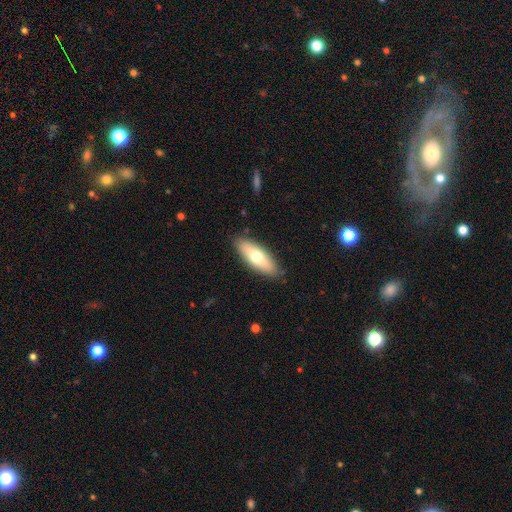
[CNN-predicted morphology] A smooth galaxy with no disk features (62%) that is in between round and cigar-shaped (64%).

Vote fractions:
- Smooth or featured? smooth: 62% / featured or disk: 31% / star or artifact: 7%
- How rounded? in between: 64% / cigar-shaped: 33% / round: 2%
- Merging? none: 88% / minor disturbance: 9% / major disturbance: 2% / merger: 1%